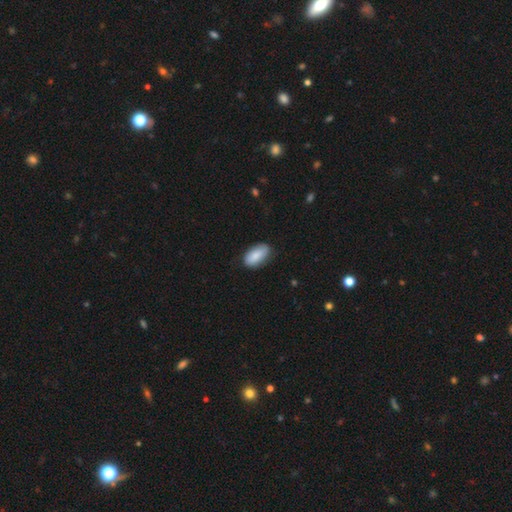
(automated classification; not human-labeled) Smooth or featured? smooth (85%)
How rounded? in between (93%)
Merging? none (78%)